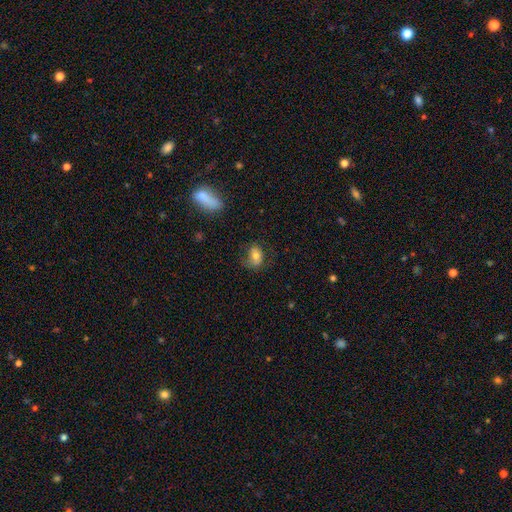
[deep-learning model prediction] smooth-or-featured: smooth: 68% | featured or disk: 22% | star or artifact: 10%
  how-rounded: in between: 75% | round: 23% | cigar-shaped: 2%
  merging: none: 56% | minor disturbance: 26% | major disturbance: 15% | merger: 3%